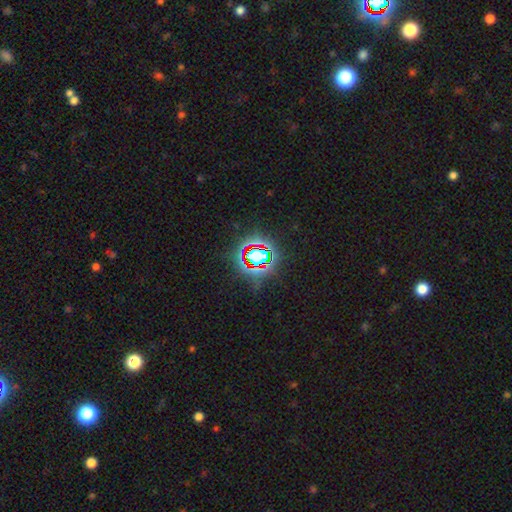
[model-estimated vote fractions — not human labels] This appears to be a star or artifact, not a galaxy (70%).